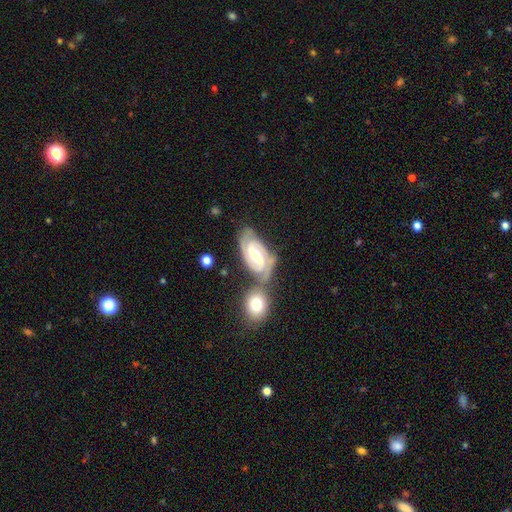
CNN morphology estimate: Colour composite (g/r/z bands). It shows a featured or disk galaxy (88%) with a weak bar (46%), 2 (84%) tight (57%) spiral arms (98%) and a moderate central bulge (65%). Merging: none (59%).